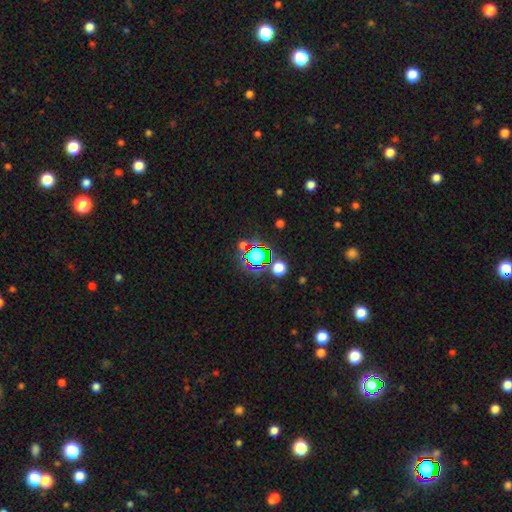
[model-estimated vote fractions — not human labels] Smooth or featured? star or artifact (54%)